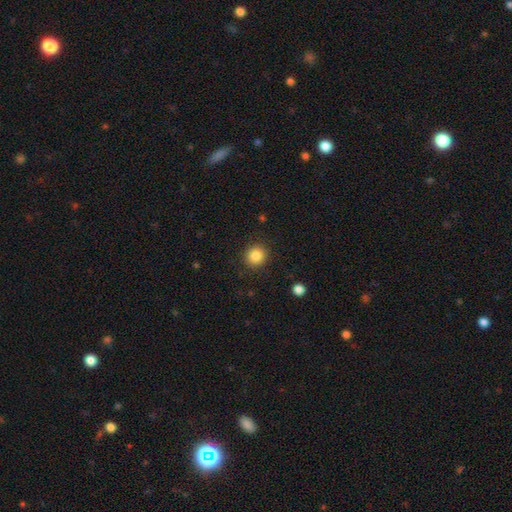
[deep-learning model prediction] Smooth or featured?
  - smooth: 86% *
  - star or artifact: 10%
  - featured or disk: 5%
How rounded?
  - round: 91% *
  - in between: 8%
  - cigar-shaped: 1%
Merging?
  - none: 90% *
  - minor disturbance: 6%
  - major disturbance: 3%
  - merger: 1%